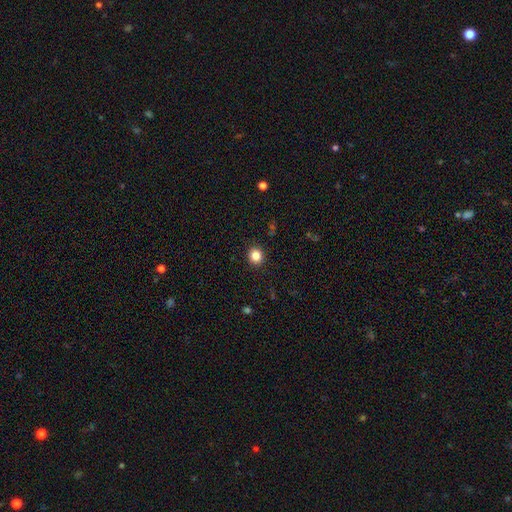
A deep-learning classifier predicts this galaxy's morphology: smooth_or_featured: smooth (p=0.84) [alt: star or artifact p=0.12]
how_rounded: round (p=0.84) [alt: in between p=0.15]
merging: none (p=0.92) [alt: minor disturbance p=0.05]